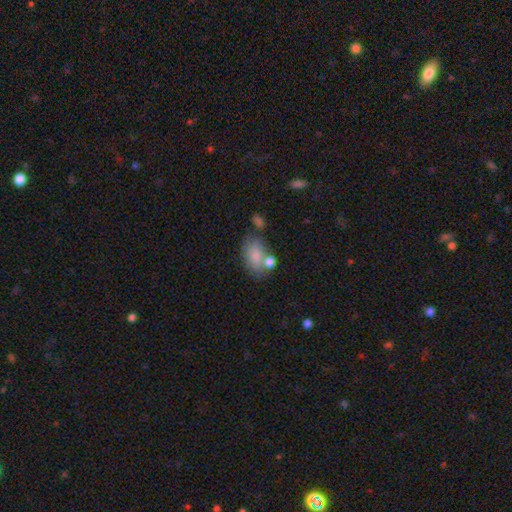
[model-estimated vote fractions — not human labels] Overall: smooth (79%). How rounded: in between (87%). Merging: none (47%; merger 24%).